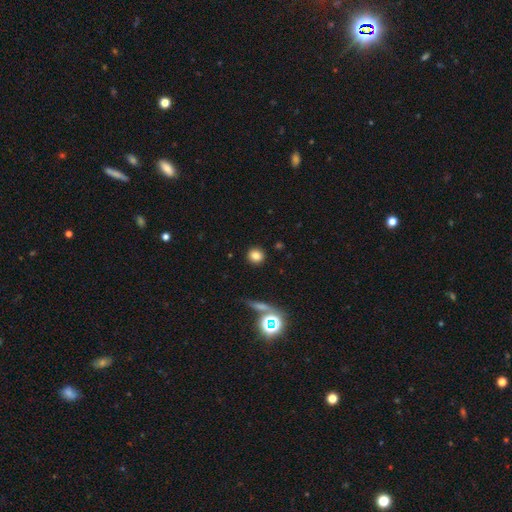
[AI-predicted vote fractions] This appears to be a smooth galaxy with no disk features (79%) that is round (89%). Merging: none (90%).